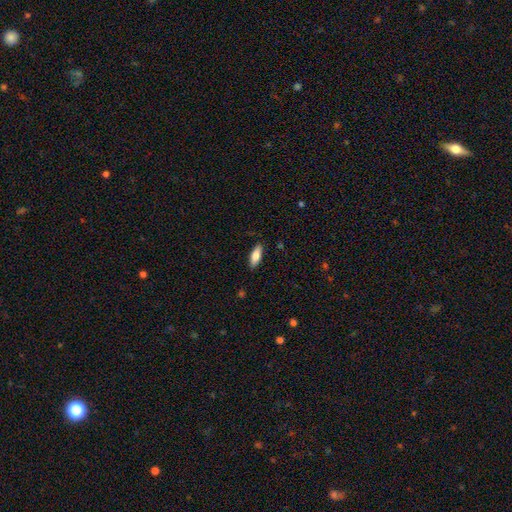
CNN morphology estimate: Q: Smooth or featured?
A: smooth (80%); runner-up: featured or disk (14%)
Q: How rounded?
A: in between (67%); runner-up: cigar-shaped (31%)
Q: Merging?
A: none (86%); runner-up: minor disturbance (11%)